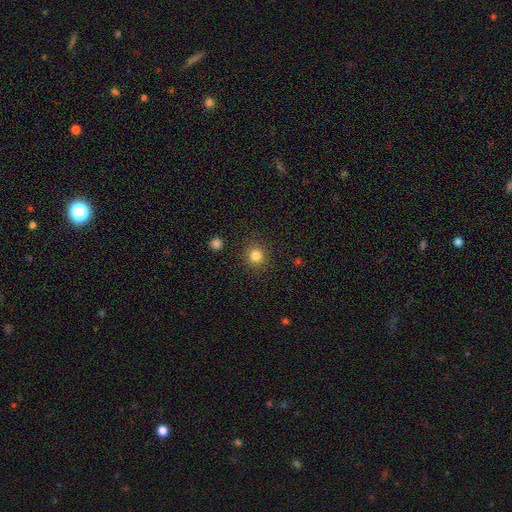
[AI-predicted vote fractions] This appears to be a smooth galaxy with no disk features (83%) that is round (89%). Merging: none (89%).